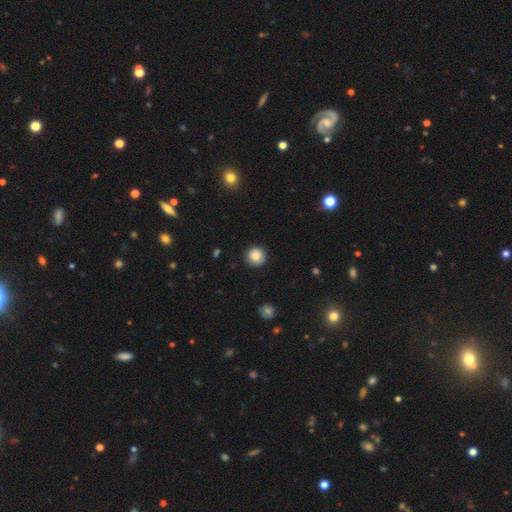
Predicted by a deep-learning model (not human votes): A smooth galaxy with no disk features (85%) that is round (95%). Merging: none (91%).